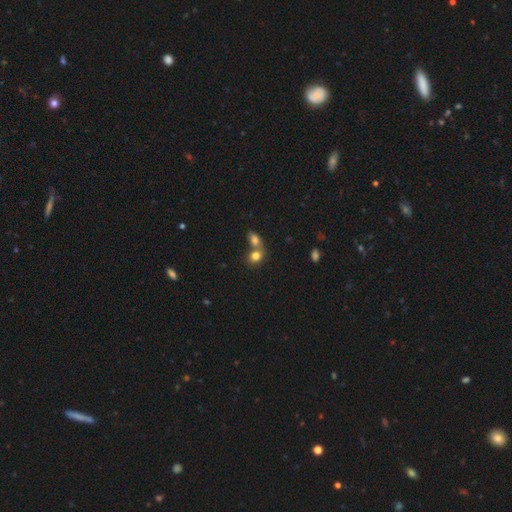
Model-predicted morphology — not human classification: This is likely a smooth galaxy (80%). How rounded: possibly round (56%). Merging: possibly merger (57%).